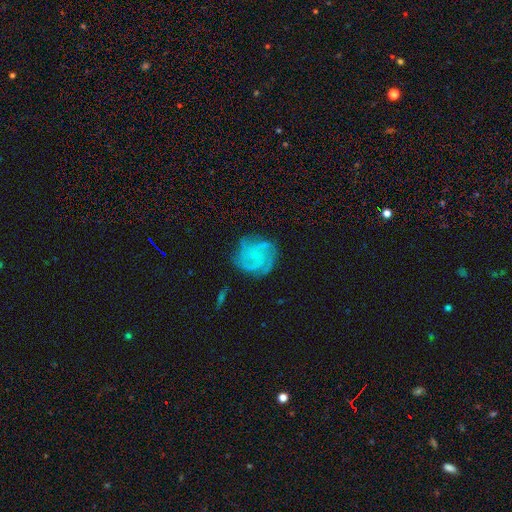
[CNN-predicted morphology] A featured or disk galaxy (81%) with no bar (75%), 3 (42%) tight (50%) spiral arms (95%) and a small central bulge (79%).

Vote fractions:
- Smooth or featured? featured or disk: 81% / smooth: 12% / star or artifact: 7%
- Edge-on disk? no: 98% / yes: 2%
- Bar? no: 75% / weak: 21% / strong: 3%
- Spiral arms? yes: 95% / no: 5%
- Spiral winding? tight: 50% / medium: 41% / loose: 10%
- Spiral arm count? 3: 42% / 4: 20% / can't tell: 15% / 2: 11% / more than 4: 6% / 1: 6%
- Bulge size? small: 79% / moderate: 11% / none: 8% / large: 1% / dominant: 1%
- Merging? none: 71% / minor disturbance: 20% / major disturbance: 8% / merger: 2%